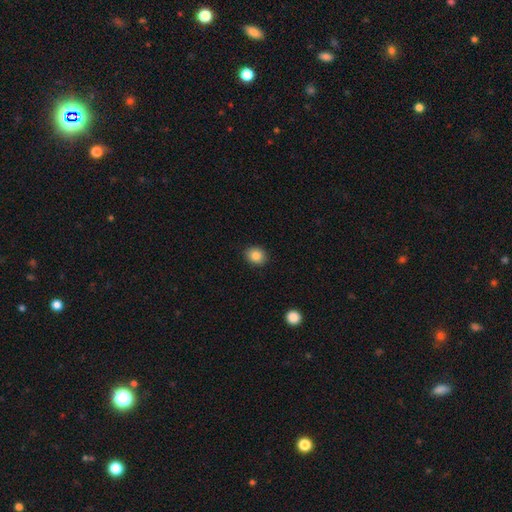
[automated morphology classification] Smooth or featured: smooth — 86% (star or artifact — 9%)
How rounded: round — 65% (in between — 34%)
Merging: none — 90% (minor disturbance — 7%)